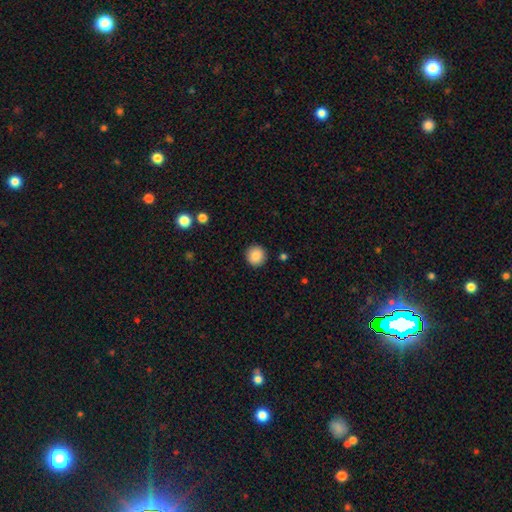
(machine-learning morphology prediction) smooth 88%, star or artifact 8%, featured or disk 4%. Down the decision tree: how rounded — round (95%); merging — none (92%).